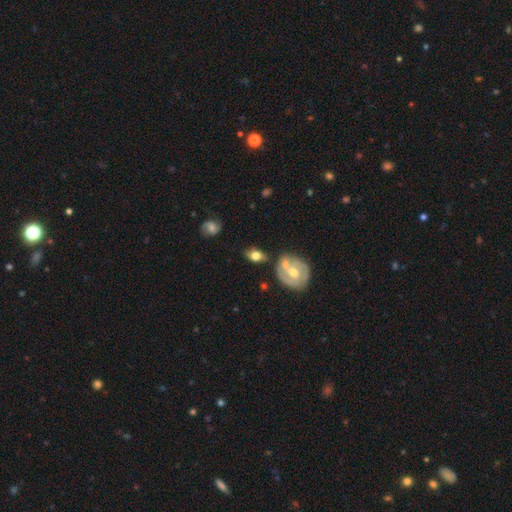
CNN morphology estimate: Smooth or featured?
  - smooth: 64% *
  - featured or disk: 28%
  - star or artifact: 8%
How rounded?
  - in between: 75% *
  - round: 21%
  - cigar-shaped: 4%
Merging?
  - none: 61% *
  - minor disturbance: 18%
  - merger: 16%
  - major disturbance: 5%